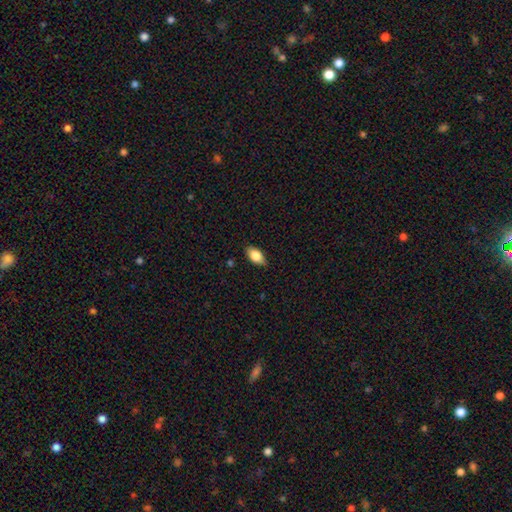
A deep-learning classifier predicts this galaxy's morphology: Smooth or featured? Predicted: smooth (p=0.82). How rounded? Predicted: in between (p=0.91). Merging? Predicted: none (p=0.85).